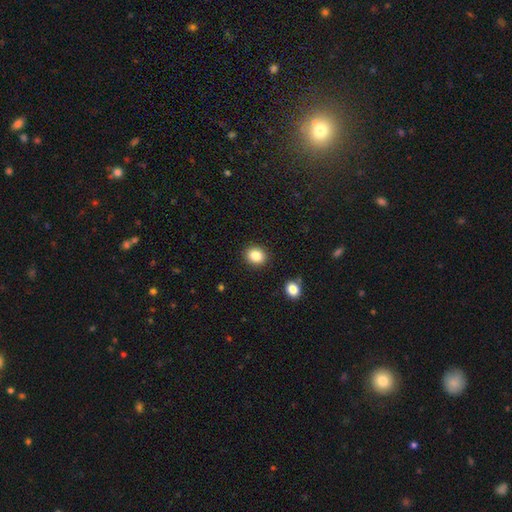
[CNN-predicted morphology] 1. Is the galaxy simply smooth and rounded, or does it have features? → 85% smooth, 10% star or artifact, 6% featured or disk.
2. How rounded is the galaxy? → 66% round, 33% in between, 1% cigar-shaped.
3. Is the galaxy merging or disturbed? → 90% none, 6% minor disturbance, 2% major disturbance, 2% merger.